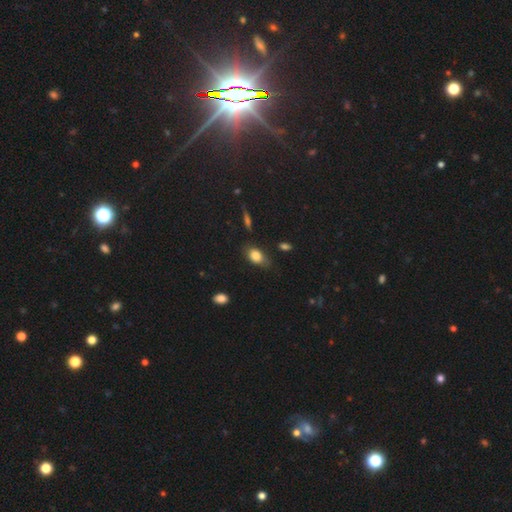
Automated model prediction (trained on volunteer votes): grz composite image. It shows a smooth galaxy with no disk features (81%) that is in between round and cigar-shaped (83%). Merging: none (65%).